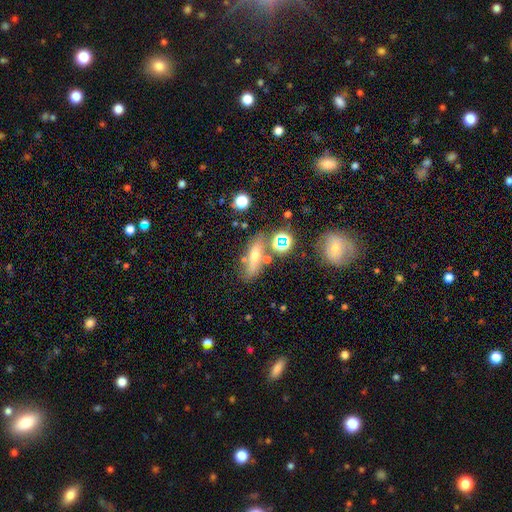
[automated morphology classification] This is possibly a smooth galaxy (51%). How rounded: possibly in between (47%). Merging: likely none (67%).